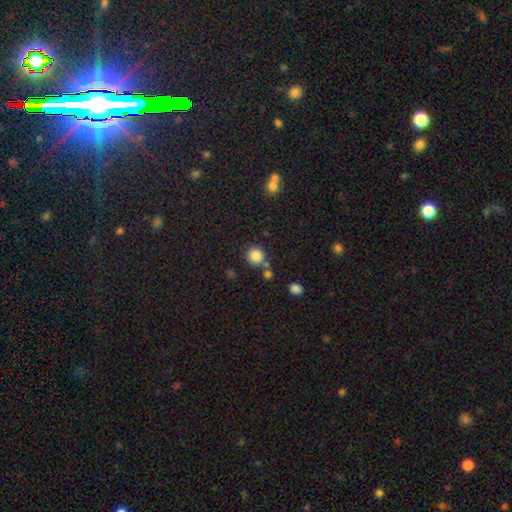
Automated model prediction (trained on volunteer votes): This is clearly a smooth galaxy (85%). How rounded: clearly round (90%). Merging: likely none (74%).